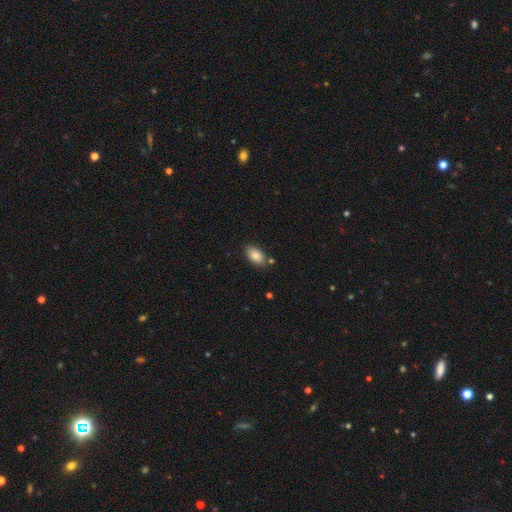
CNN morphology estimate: Smooth or featured?
  - smooth: 86% *
  - star or artifact: 7%
  - featured or disk: 7%
How rounded?
  - in between: 92% *
  - round: 5%
  - cigar-shaped: 2%
Merging?
  - none: 79% *
  - minor disturbance: 13%
  - merger: 4%
  - major disturbance: 3%